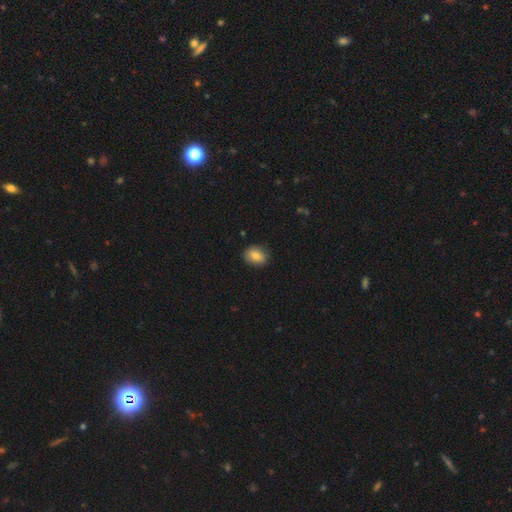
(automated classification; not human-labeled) smooth 81%, featured or disk 11%, star or artifact 8%. Down the decision tree: how rounded — in between (53%); merging — none (83%).